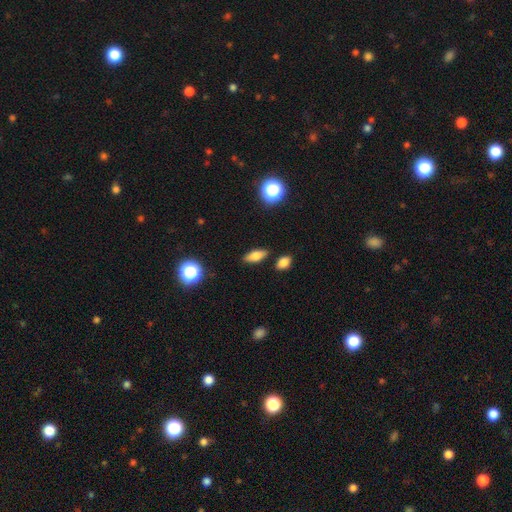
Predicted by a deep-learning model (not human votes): This is likely a smooth galaxy (71%). How rounded: likely in between (73%). Merging: clearly none (85%).